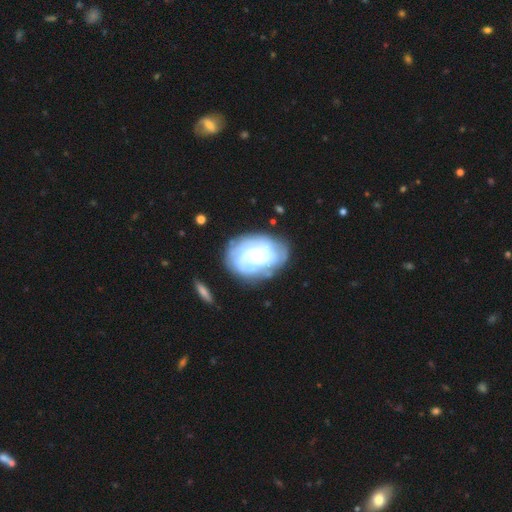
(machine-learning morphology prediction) A featured or disk galaxy (75%) with no bar (72%), tight (61%) spiral arms (89%) and a small central bulge (67%). Merging: none (71%).